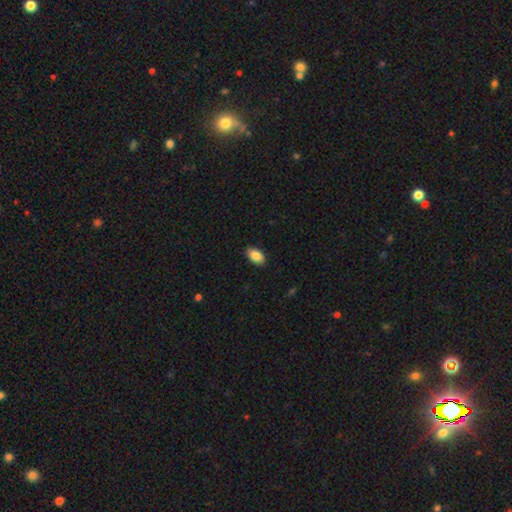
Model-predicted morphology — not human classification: smooth-or-featured: smooth: 88% | star or artifact: 7% | featured or disk: 5%
  how-rounded: in between: 93% | round: 5% | cigar-shaped: 2%
  merging: none: 89% | minor disturbance: 9% | major disturbance: 2% | merger: 1%